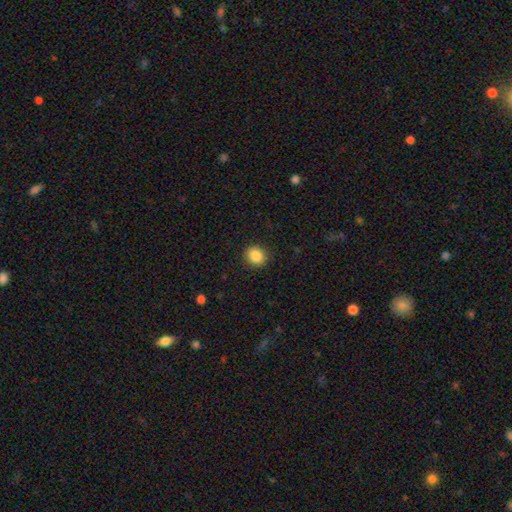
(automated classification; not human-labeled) Smooth or featured? Predicted: smooth (p=0.86). How rounded? Predicted: round (p=0.79). Merging? Predicted: none (p=0.91).